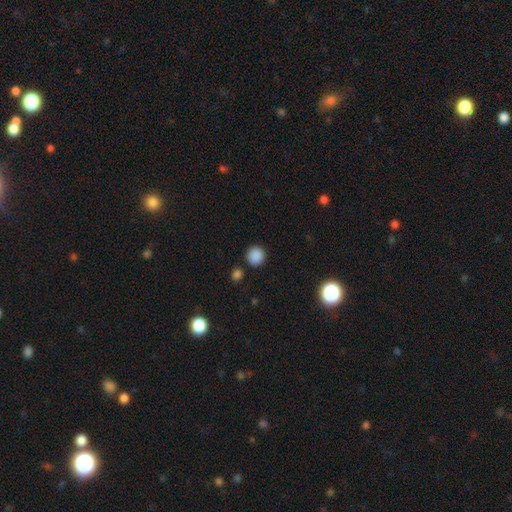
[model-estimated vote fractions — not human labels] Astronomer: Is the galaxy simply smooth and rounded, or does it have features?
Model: smooth — 87%.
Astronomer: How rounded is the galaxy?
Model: round — 92%.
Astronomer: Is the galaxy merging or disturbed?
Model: none — 87%.